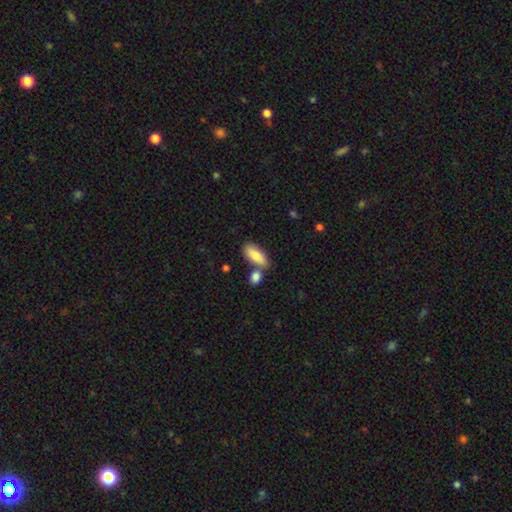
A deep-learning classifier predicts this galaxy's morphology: smooth_or_featured: smooth (p=0.81) [alt: featured or disk p=0.13]
how_rounded: in between (p=0.80) [alt: cigar-shaped p=0.17]
merging: none (p=0.59) [alt: merger p=0.25]